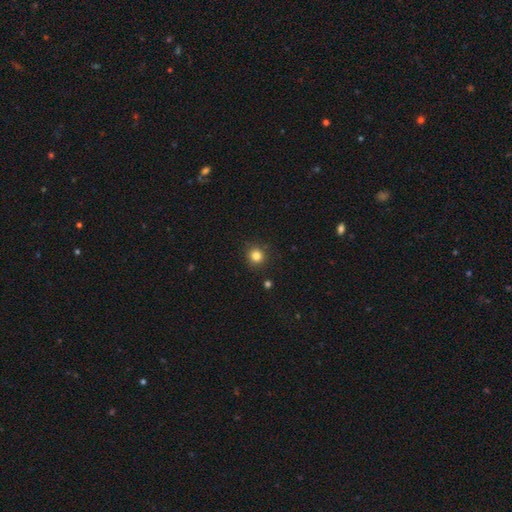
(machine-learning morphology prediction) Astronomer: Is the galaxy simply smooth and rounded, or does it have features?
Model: smooth — 82%.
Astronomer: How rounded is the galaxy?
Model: round — 93%.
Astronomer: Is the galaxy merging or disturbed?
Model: none — 89%.